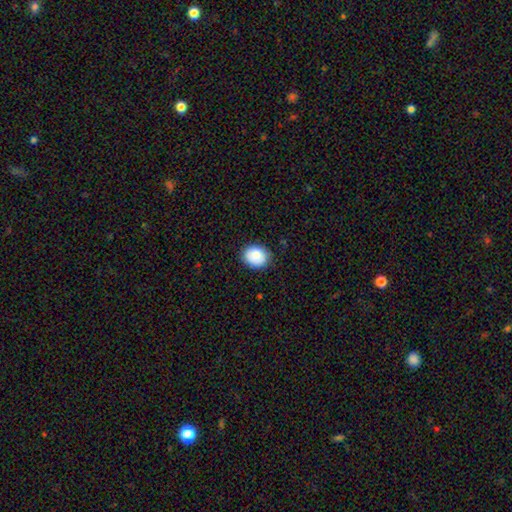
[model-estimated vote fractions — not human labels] Q: Smooth or featured?
A: smooth (86%); runner-up: star or artifact (8%)
Q: How rounded?
A: round (63%); runner-up: in between (36%)
Q: Merging?
A: none (85%); runner-up: minor disturbance (11%)